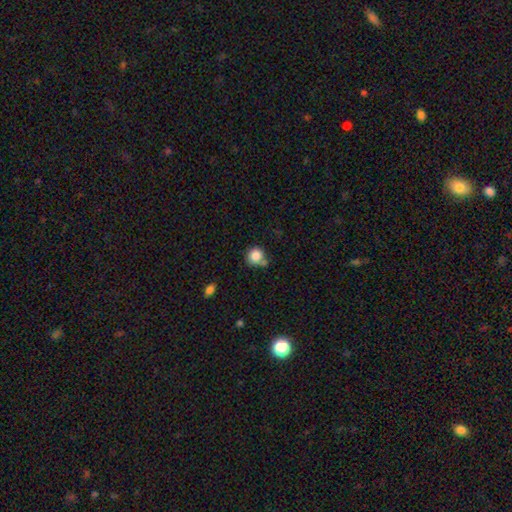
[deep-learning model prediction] Smooth or featured? smooth (84%)
How rounded? round (88%)
Merging? none (63%)